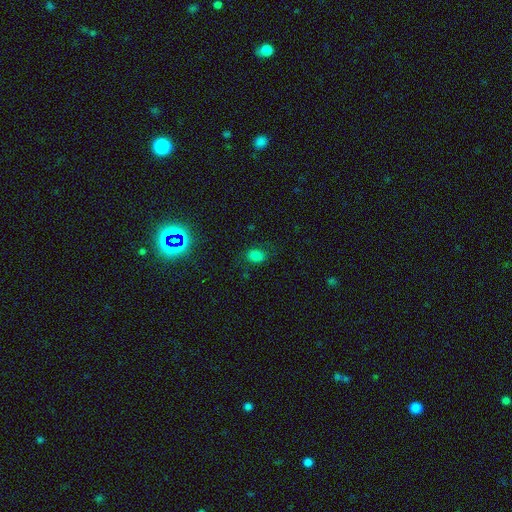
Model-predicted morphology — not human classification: smooth_or_featured: smooth (p=0.76) [alt: star or artifact p=0.18]
how_rounded: in between (p=0.71) [alt: round p=0.28]
merging: none (p=0.78) [alt: minor disturbance p=0.16]